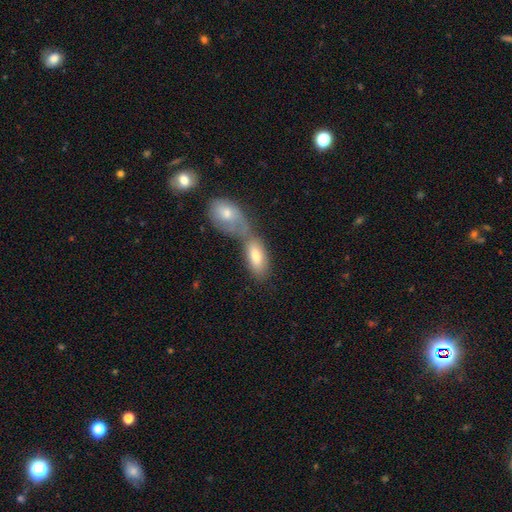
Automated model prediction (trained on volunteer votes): The model was most divided on "merging": merger: 59%, none: 27%, minor disturbance: 9%, major disturbance: 5%. More confident: how rounded — in between (86%); smooth or featured — smooth (71%).